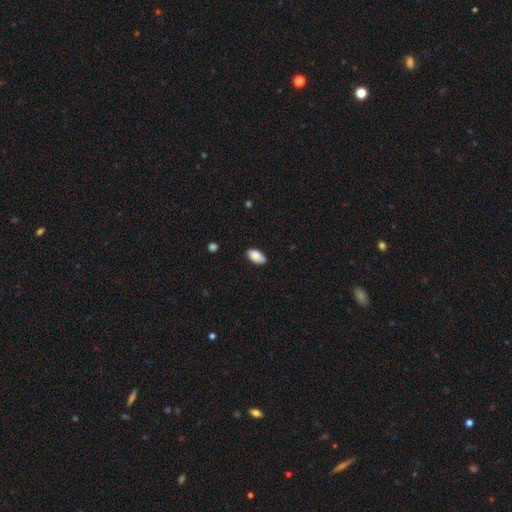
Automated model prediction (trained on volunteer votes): A smooth galaxy with no disk features (87%) that is in between round and cigar-shaped (95%).

Vote fractions:
- Smooth or featured? smooth: 87% / star or artifact: 7% / featured or disk: 7%
- How rounded? in between: 95% / round: 3% / cigar-shaped: 2%
- Merging? none: 79% / minor disturbance: 17% / major disturbance: 3% / merger: 1%